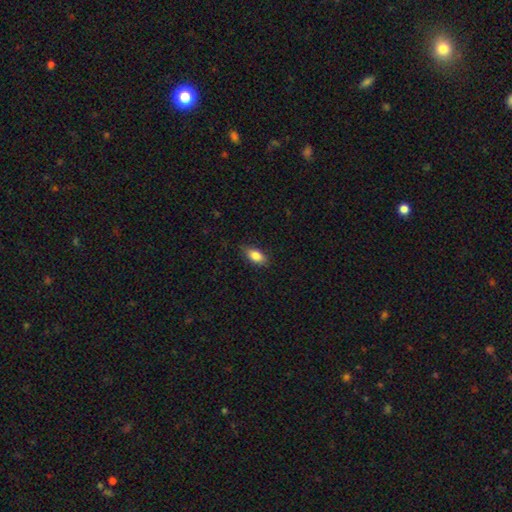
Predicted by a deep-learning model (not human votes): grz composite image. It shows a smooth galaxy with no disk features (84%) that is in between round and cigar-shaped (88%). Merging: none (81%).